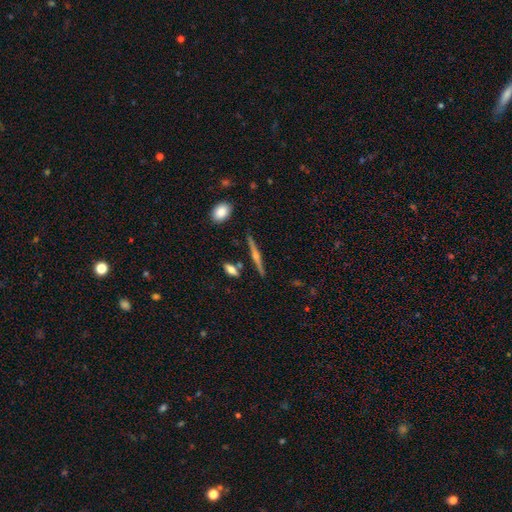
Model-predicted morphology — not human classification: Q: Smooth or featured?
A: featured or disk (76%); runner-up: smooth (17%)
Q: Edge-on disk?
A: yes (98%); runner-up: no (2%)
Q: Edge-on bulge?
A: rounded (91%); runner-up: none (5%)
Q: Merging?
A: none (88%); runner-up: minor disturbance (7%)